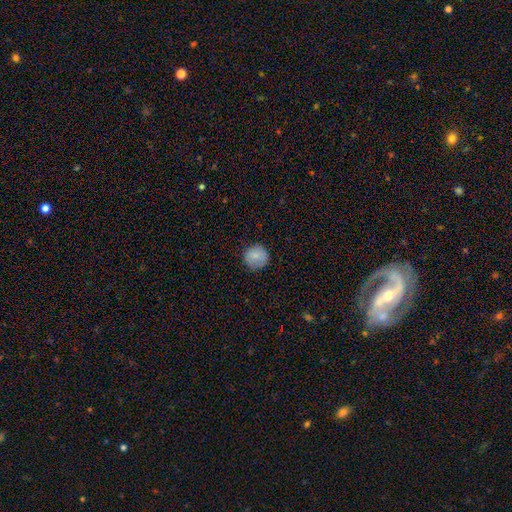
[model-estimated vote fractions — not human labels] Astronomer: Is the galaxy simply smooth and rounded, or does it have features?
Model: smooth — 85%.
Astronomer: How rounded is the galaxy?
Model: round — 92%.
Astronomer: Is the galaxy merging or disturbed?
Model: none — 85%.